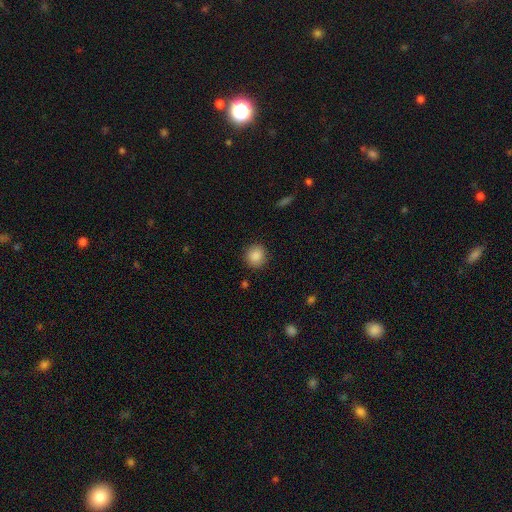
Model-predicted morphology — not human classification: Overall: smooth (88%). How rounded: round (87%). Merging: none (89%).